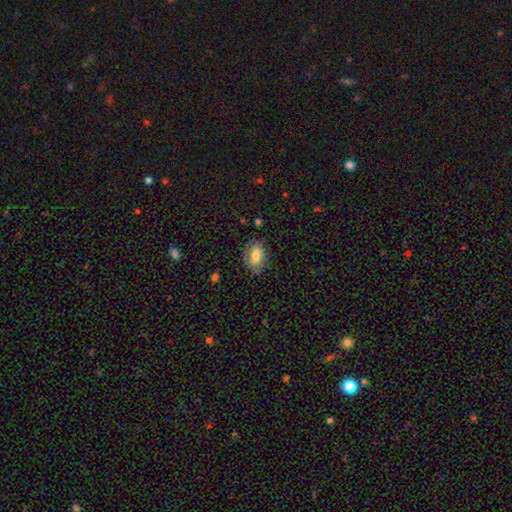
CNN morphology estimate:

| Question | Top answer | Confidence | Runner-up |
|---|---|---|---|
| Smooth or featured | smooth | 69% | featured or disk (23%) |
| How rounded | in between | 87% | round (11%) |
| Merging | none | 76% | minor disturbance (17%) |